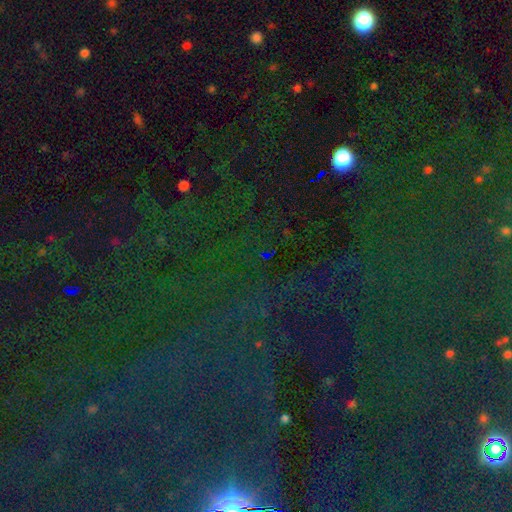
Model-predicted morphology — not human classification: Q: Smooth or featured?
A: star or artifact (85%); runner-up: smooth (8%)